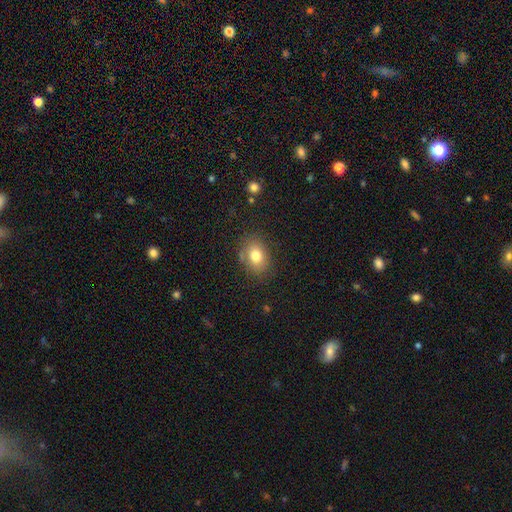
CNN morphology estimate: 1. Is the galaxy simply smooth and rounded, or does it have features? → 77% smooth, 13% featured or disk, 10% star or artifact.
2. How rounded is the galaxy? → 63% in between, 36% round, 1% cigar-shaped.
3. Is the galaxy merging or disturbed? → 77% none, 16% minor disturbance, 5% major disturbance, 2% merger.